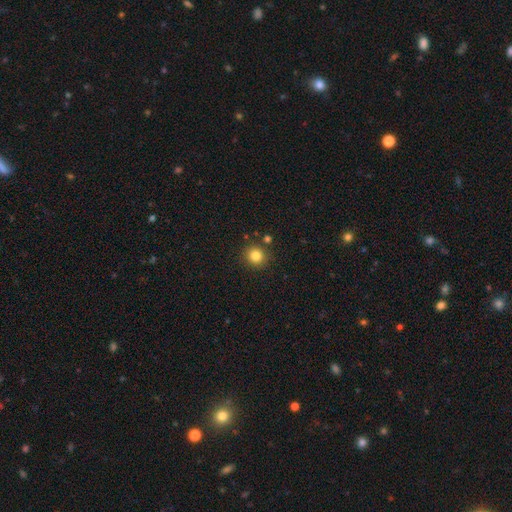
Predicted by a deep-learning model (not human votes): A smooth galaxy with no disk features (83%) that is round (91%).

Vote fractions:
- Smooth or featured? smooth: 83% / star or artifact: 12% / featured or disk: 5%
- How rounded? round: 91% / in between: 9% / cigar-shaped: 1%
- Merging? none: 86% / minor disturbance: 7% / merger: 4% / major disturbance: 2%